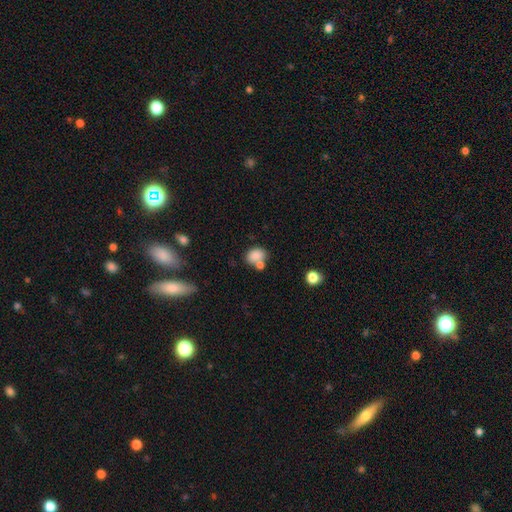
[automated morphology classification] The model was most divided on "merging": none: 49%, merger: 31%, minor disturbance: 15%, major disturbance: 6%. More confident: smooth or featured — smooth (82%); how rounded — in between (69%).